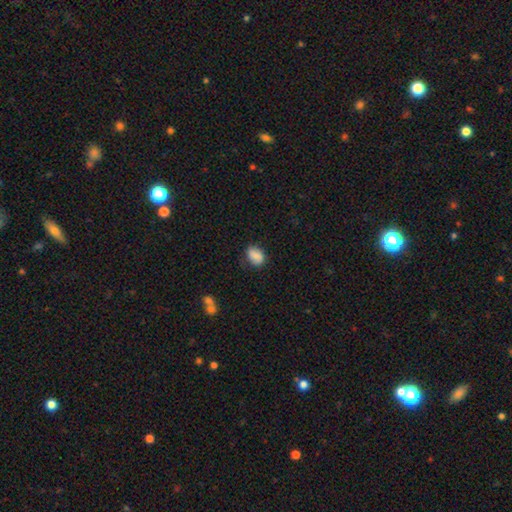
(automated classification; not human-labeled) Overall: smooth (82%). How rounded: in between (73%). Merging: none (67%).